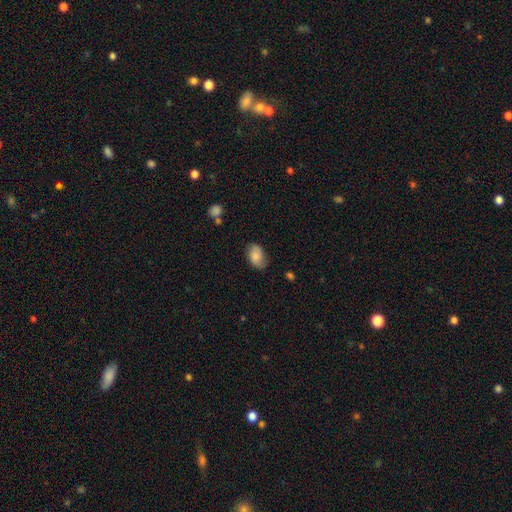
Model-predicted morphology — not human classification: The model was most divided on "merging": none: 72%, minor disturbance: 22%, major disturbance: 5%, merger: 2%. More confident: how rounded — in between (88%); smooth or featured — smooth (78%).